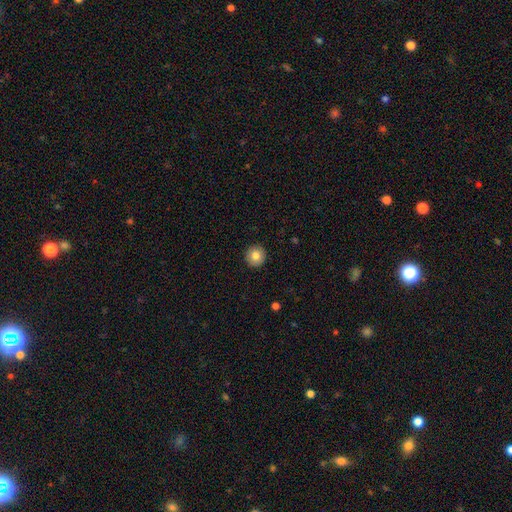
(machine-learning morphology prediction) Smooth or featured?
  - smooth: 82% *
  - featured or disk: 9%
  - star or artifact: 9%
How rounded?
  - round: 95% *
  - in between: 4%
  - cigar-shaped: 1%
Merging?
  - none: 92% *
  - minor disturbance: 5%
  - major disturbance: 2%
  - merger: 1%